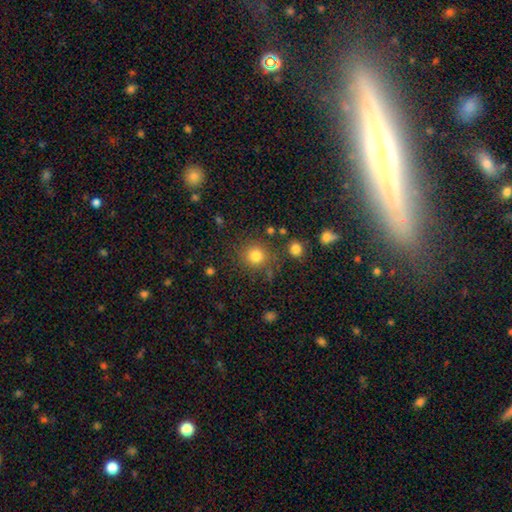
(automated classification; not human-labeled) A smooth galaxy with no disk features (80%) that is round (91%).

Vote fractions:
- Smooth or featured? smooth: 80% / star or artifact: 13% / featured or disk: 6%
- How rounded? round: 91% / in between: 8% / cigar-shaped: 1%
- Merging? none: 82% / minor disturbance: 9% / merger: 5% / major disturbance: 4%